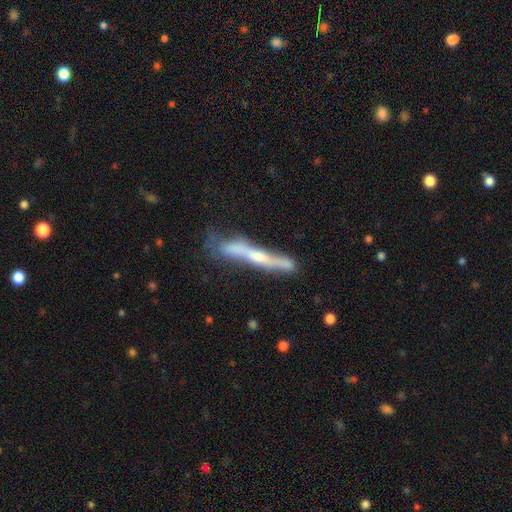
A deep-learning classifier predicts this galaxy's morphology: smooth-or-featured: featured or disk: 67% | smooth: 27% | star or artifact: 6%
  disk-edge-on: yes: 87% | no: 13%
    edge-on-bulge: rounded: 56% | none: 33% | boxy: 11%
  merging: none: 60% | minor disturbance: 26% | major disturbance: 9% | merger: 6%